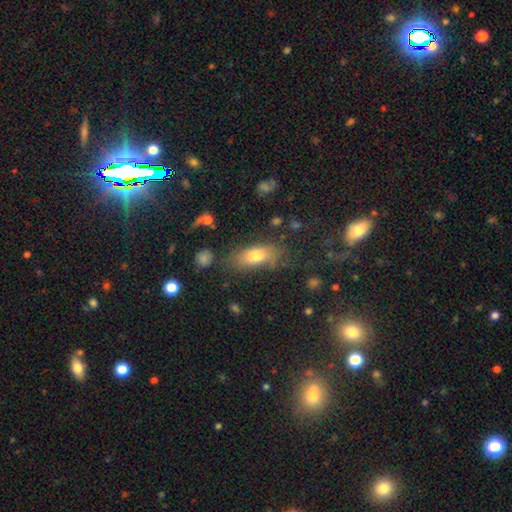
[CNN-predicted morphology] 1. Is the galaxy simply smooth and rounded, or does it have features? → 75% smooth, 16% featured or disk, 9% star or artifact.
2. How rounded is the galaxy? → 83% in between, 11% cigar-shaped, 6% round.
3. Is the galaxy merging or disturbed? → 65% none, 21% minor disturbance, 10% major disturbance, 4% merger.